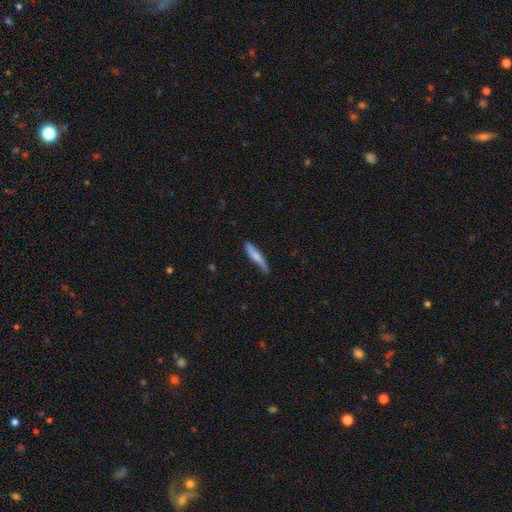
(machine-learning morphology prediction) type=smooth (68%); roundness=cigar-shaped (88%); merging=none (60%).